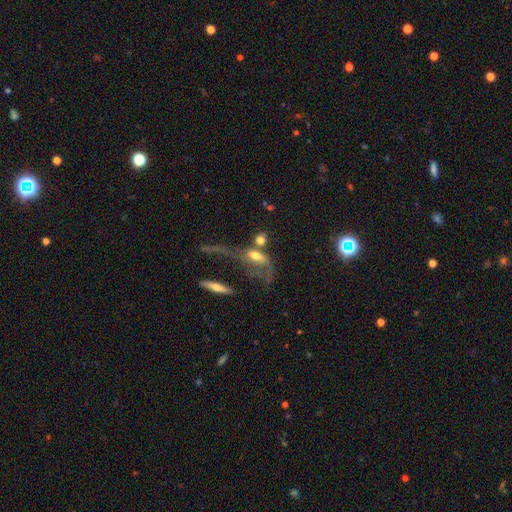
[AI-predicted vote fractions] This is marginally a smooth galaxy (44%, tied with featured or disk). Merging: marginally merger (44%).